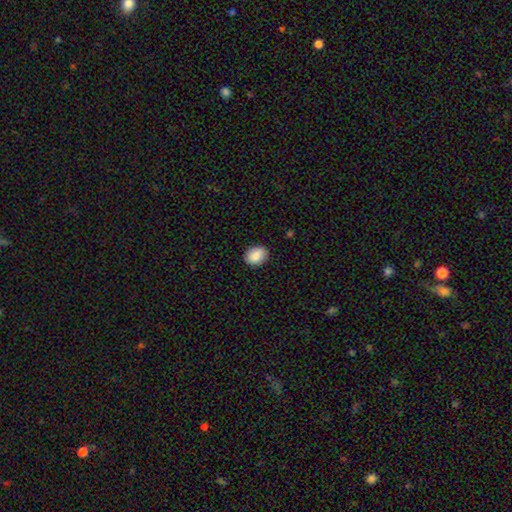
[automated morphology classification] The model was most divided on "how rounded": in between: 59%, round: 40%, cigar-shaped: 1%. More confident: merging — none (88%); smooth or featured — smooth (88%).